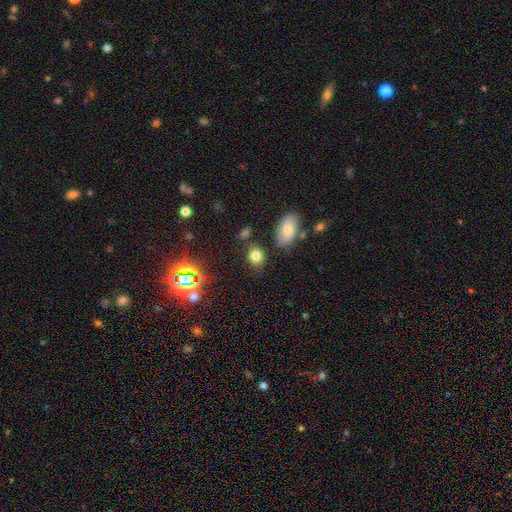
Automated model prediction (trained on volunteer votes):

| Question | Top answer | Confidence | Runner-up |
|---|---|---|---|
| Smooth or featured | smooth | 78% | star or artifact (16%) |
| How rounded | round | 56% | in between (42%) |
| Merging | none | 79% | minor disturbance (11%) |